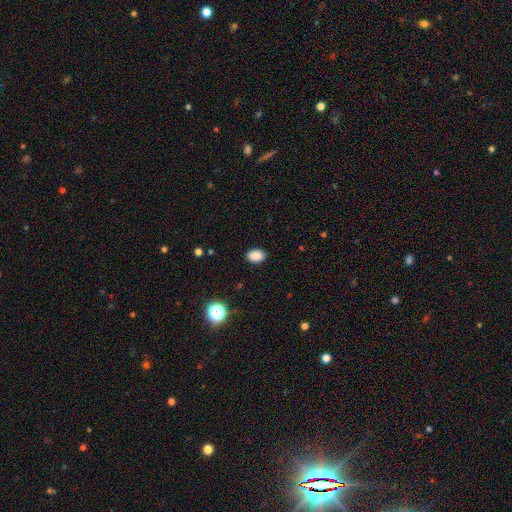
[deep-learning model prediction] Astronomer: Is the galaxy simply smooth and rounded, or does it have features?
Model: smooth — 87%.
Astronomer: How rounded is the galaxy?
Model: in between — 78%.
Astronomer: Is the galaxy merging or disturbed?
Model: none — 89%.